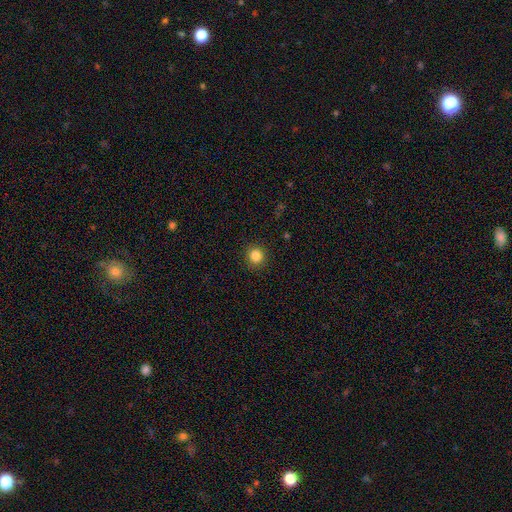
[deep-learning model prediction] Smooth or featured?
  - smooth: 84% *
  - star or artifact: 11%
  - featured or disk: 4%
How rounded?
  - round: 92% *
  - in between: 7%
  - cigar-shaped: 1%
Merging?
  - none: 91% *
  - minor disturbance: 6%
  - major disturbance: 2%
  - merger: 1%